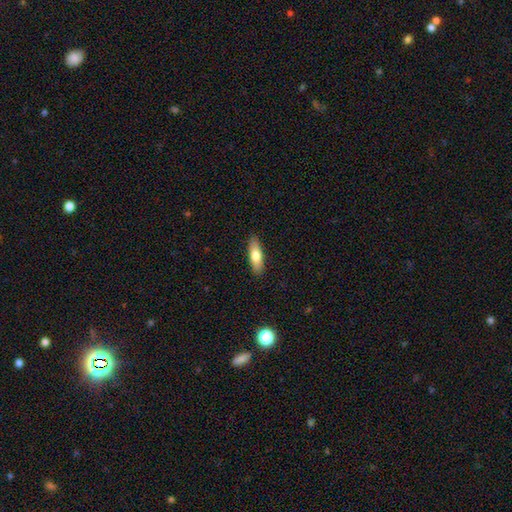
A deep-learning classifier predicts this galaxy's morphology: Smooth or featured: smooth — 73% (featured or disk — 21%)
How rounded: cigar-shaped — 51% (in between — 46%)
Merging: none — 89% (minor disturbance — 8%)